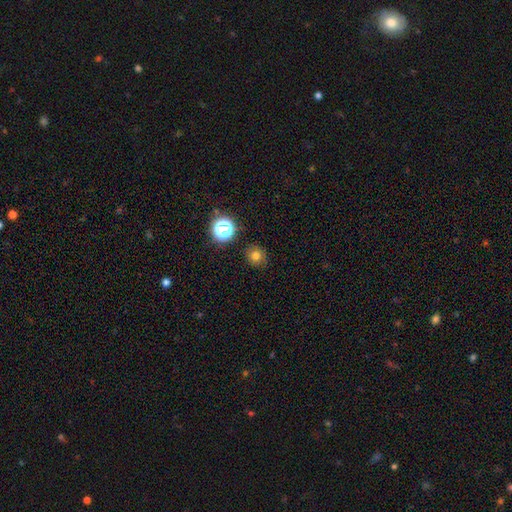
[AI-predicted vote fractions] smooth_or_featured: smooth (p=0.77) [alt: star or artifact p=0.17]
how_rounded: round (p=0.90) [alt: in between p=0.09]
merging: none (p=0.89) [alt: minor disturbance p=0.07]